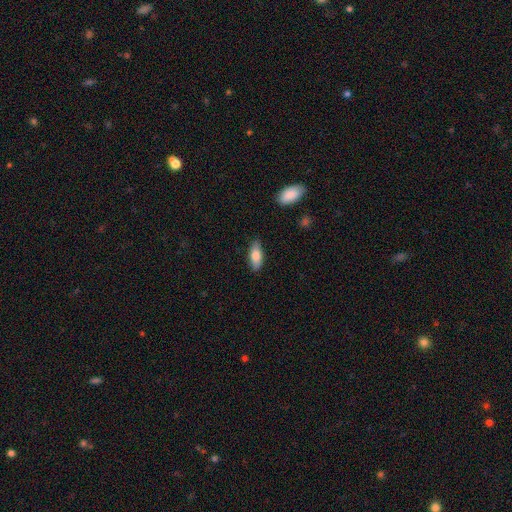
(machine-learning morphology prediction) Smooth or featured?
  - smooth: 77% *
  - featured or disk: 17%
  - star or artifact: 6%
How rounded?
  - in between: 79% *
  - cigar-shaped: 19%
  - round: 3%
Merging?
  - none: 84% *
  - minor disturbance: 12%
  - major disturbance: 2%
  - merger: 1%